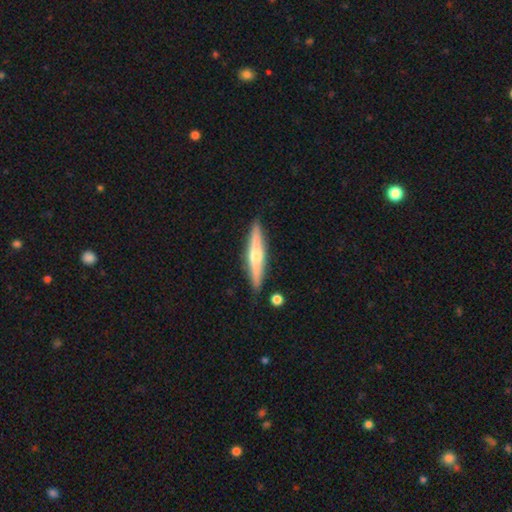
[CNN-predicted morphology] A featured or disk galaxy (61%) viewed edge-on (95%) with a rounded central bulge (88%).

Vote fractions:
- Smooth or featured? featured or disk: 61% / smooth: 33% / star or artifact: 6%
- Edge-on disk? yes: 95% / no: 5%
- Edge-on bulge? rounded: 88% / none: 8% / boxy: 5%
- Merging? none: 86% / minor disturbance: 10% / merger: 3% / major disturbance: 2%